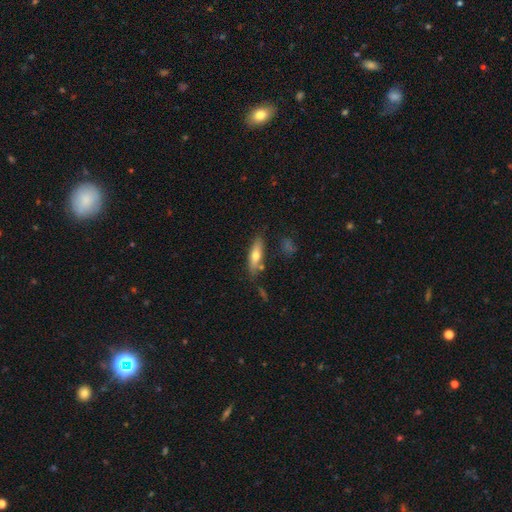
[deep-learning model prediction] This appears to be a smooth galaxy with no disk features (61%) that is cigar-shaped (55%). Merging: none (76%).